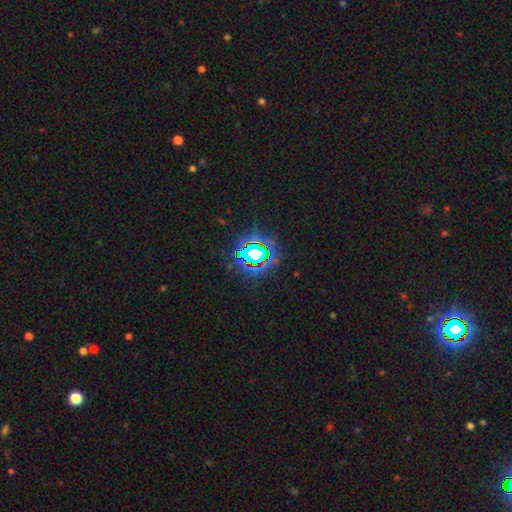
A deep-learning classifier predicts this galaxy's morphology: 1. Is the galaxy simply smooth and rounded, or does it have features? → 71% star or artifact, 17% smooth, 13% featured or disk.